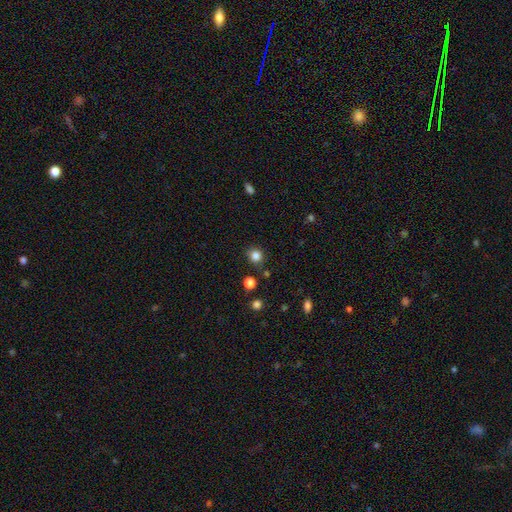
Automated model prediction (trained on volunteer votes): A smooth galaxy with no disk features (83%) that is round (82%).

Vote fractions:
- Smooth or featured? smooth: 83% / star or artifact: 13% / featured or disk: 4%
- How rounded? round: 82% / in between: 17% / cigar-shaped: 1%
- Merging? none: 83% / minor disturbance: 11% / merger: 4% / major disturbance: 3%